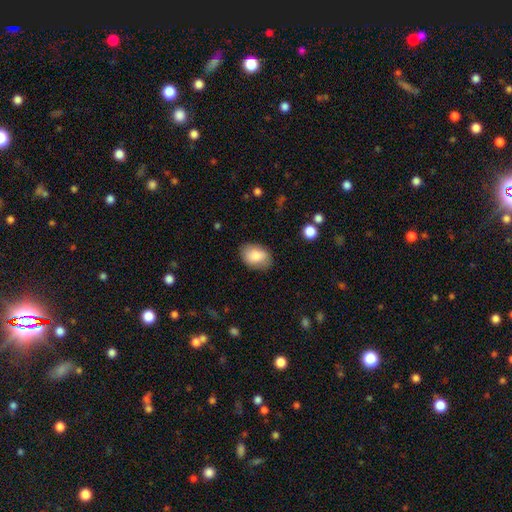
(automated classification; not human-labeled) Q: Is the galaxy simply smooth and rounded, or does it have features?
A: smooth — 85%.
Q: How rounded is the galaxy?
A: in between — 84%.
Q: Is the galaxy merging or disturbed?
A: none — 82%.